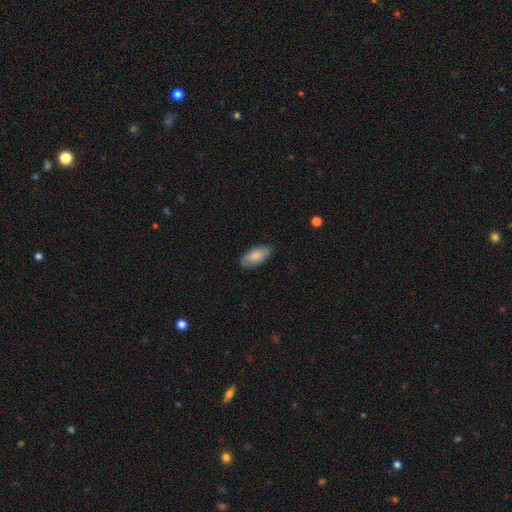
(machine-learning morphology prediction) This appears to be a smooth galaxy with no disk features (81%) that is in between round and cigar-shaped (90%). Merging: none (83%).